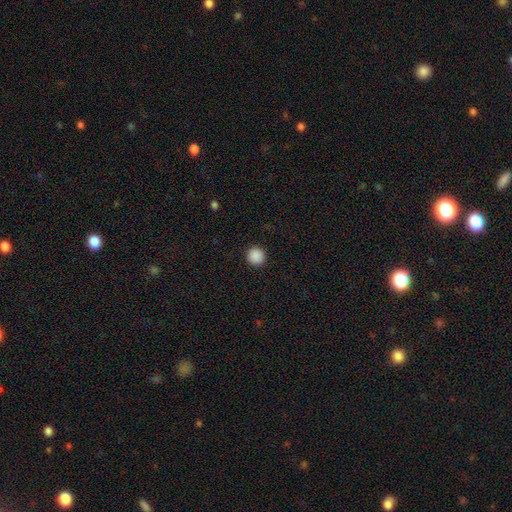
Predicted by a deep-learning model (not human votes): Overall: smooth (89%). How rounded: round (95%). Merging: none (93%).